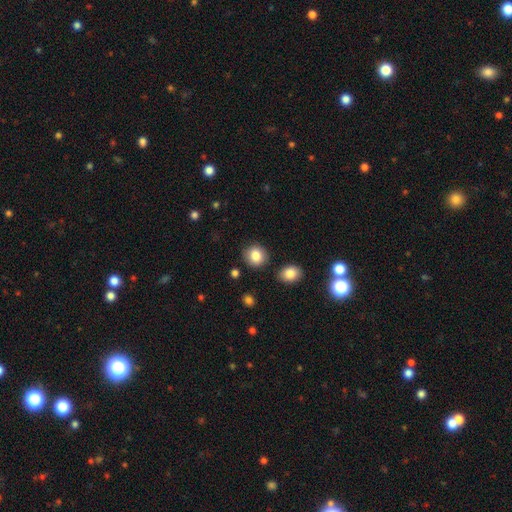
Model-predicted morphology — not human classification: smooth 85%, star or artifact 9%, featured or disk 7%. Down the decision tree: how rounded — round (82%); merging — none (86%).